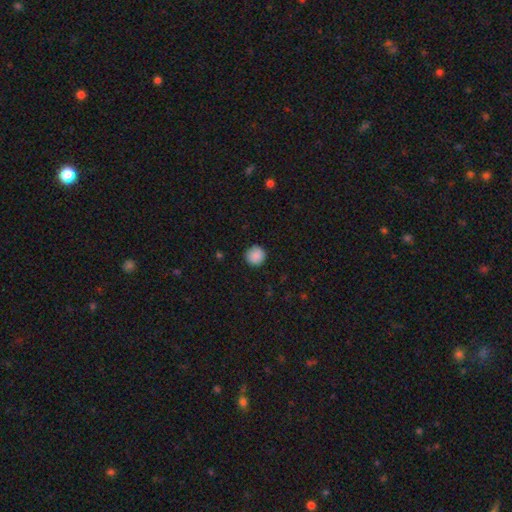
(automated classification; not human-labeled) smooth-or-featured: smooth: 88% | star or artifact: 8% | featured or disk: 3%
  how-rounded: round: 94% | in between: 5% | cigar-shaped: 1%
  merging: none: 89% | minor disturbance: 8% | major disturbance: 2% | merger: 1%